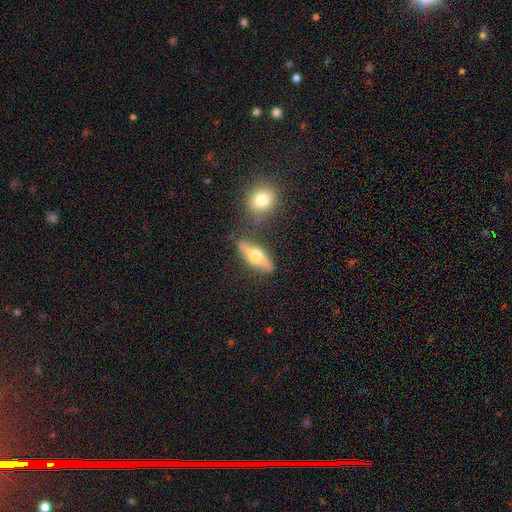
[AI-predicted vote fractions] A featured or disk galaxy (51%) viewed edge-on (80%). Merging: none (77%).